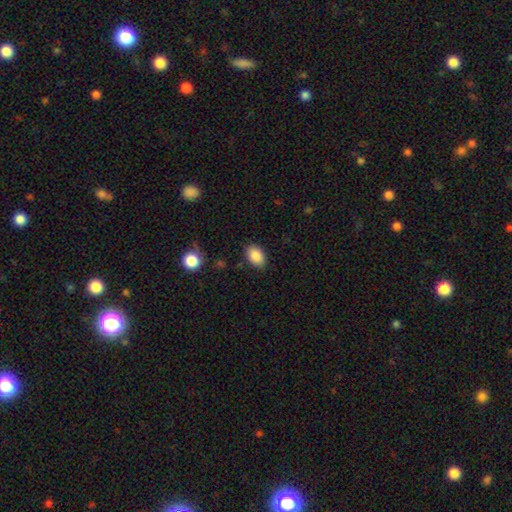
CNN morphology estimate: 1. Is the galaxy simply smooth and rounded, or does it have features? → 87% smooth, 8% star or artifact, 5% featured or disk.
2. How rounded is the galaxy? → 84% in between, 15% round, 1% cigar-shaped.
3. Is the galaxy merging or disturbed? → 84% none, 11% minor disturbance, 3% major disturbance, 2% merger.